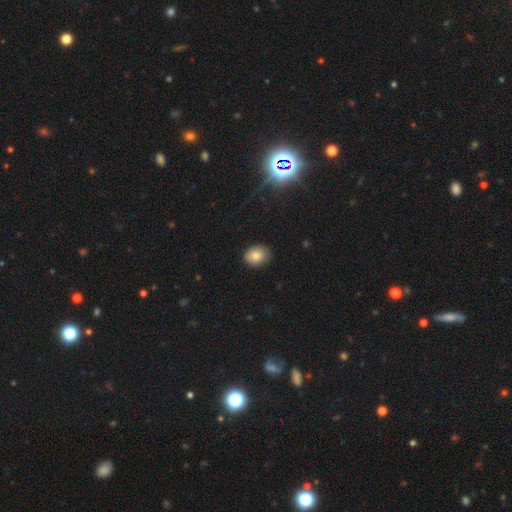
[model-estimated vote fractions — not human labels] The model was most divided on "how rounded": in between: 53%, round: 46%, cigar-shaped: 1%. More confident: merging — none (85%); smooth or featured — smooth (83%).